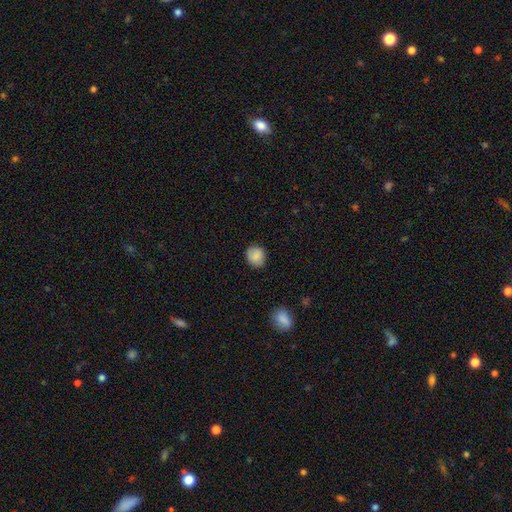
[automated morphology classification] Smooth or featured? Predicted: smooth (p=0.86). How rounded? Predicted: round (p=0.76). Merging? Predicted: none (p=0.85).